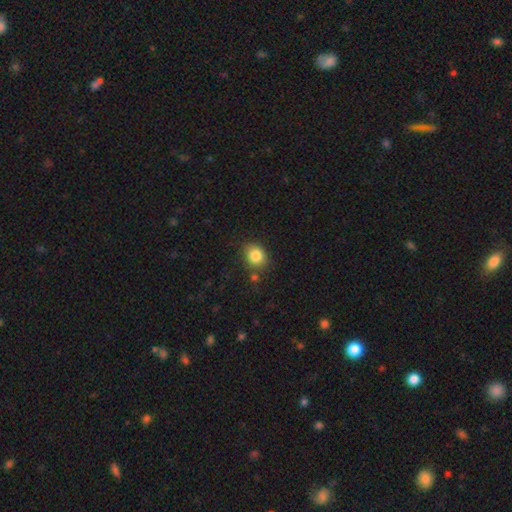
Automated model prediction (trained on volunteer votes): This appears to be a smooth galaxy with no disk features (84%) that is round (62%). Merging: none (80%).